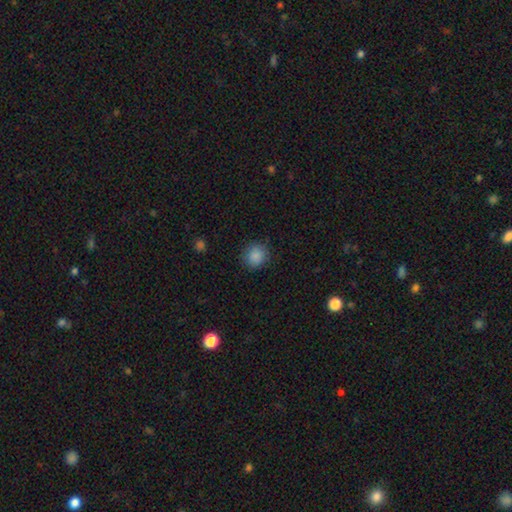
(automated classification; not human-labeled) smooth-or-featured: smooth: 87% | star or artifact: 9% | featured or disk: 4%
  how-rounded: round: 86% | in between: 13% | cigar-shaped: 1%
  merging: none: 84% | minor disturbance: 11% | major disturbance: 3% | merger: 1%